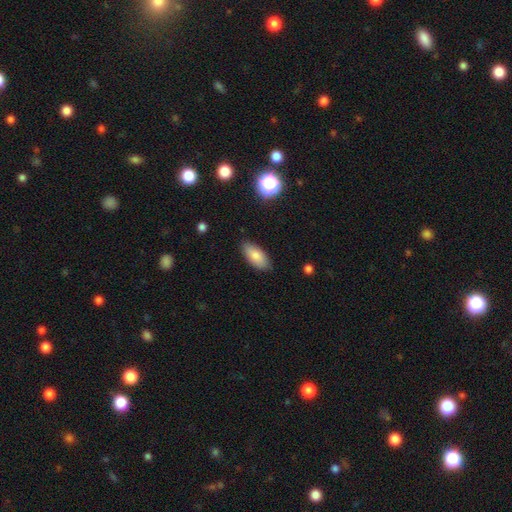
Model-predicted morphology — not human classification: Smooth or featured? Predicted: smooth (p=0.81). How rounded? Predicted: in between (p=0.87). Merging? Predicted: none (p=0.85).